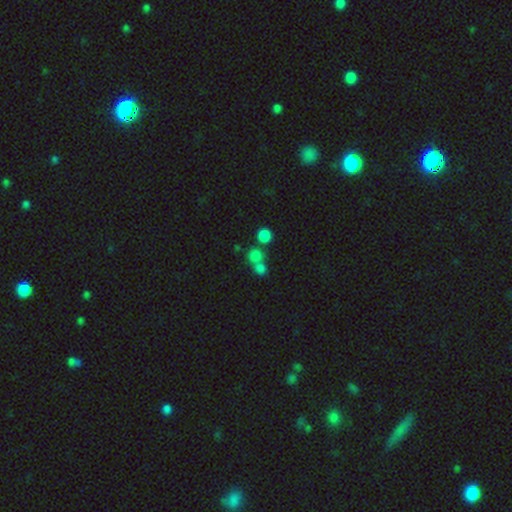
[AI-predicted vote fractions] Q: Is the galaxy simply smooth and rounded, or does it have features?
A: smooth — 74%.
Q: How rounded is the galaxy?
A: round — 88%.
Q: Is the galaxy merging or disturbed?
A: none — 49%.